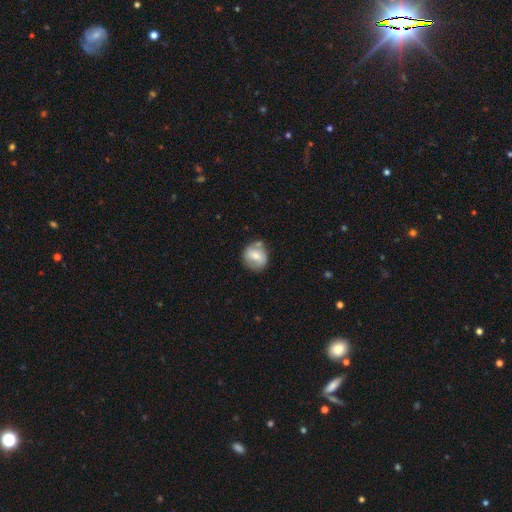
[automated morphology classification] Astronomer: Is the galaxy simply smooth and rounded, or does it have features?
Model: smooth — 58% (runner-up: featured or disk, 35%).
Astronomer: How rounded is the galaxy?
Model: round — 82%.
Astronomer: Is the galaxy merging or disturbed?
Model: none — 63%.